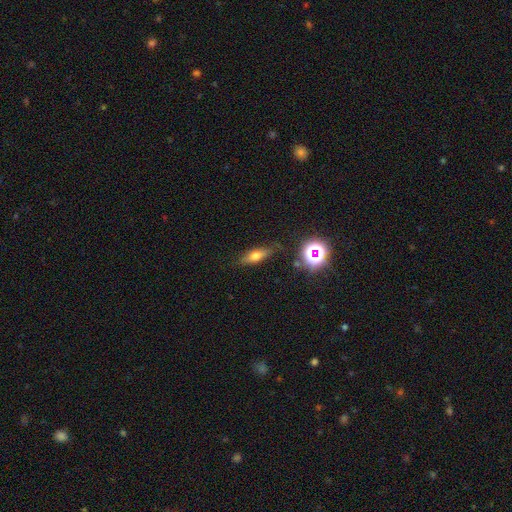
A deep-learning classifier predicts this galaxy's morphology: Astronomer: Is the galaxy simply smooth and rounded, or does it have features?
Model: smooth — 57%.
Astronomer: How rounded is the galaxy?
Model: in between — 49% (runner-up: cigar-shaped, 44%).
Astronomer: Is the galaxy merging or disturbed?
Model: none — 79%.